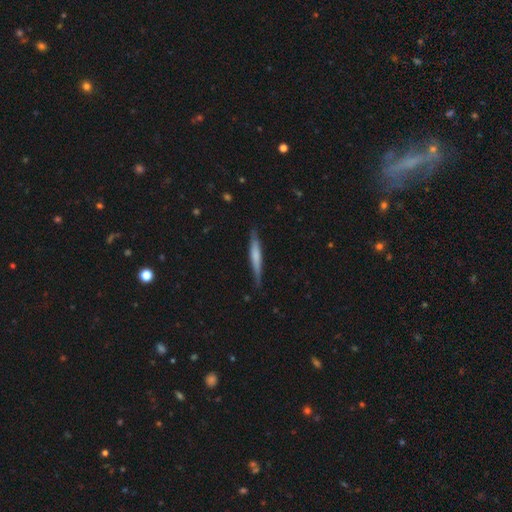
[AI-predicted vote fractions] Smooth or featured? smooth (54%)
How rounded? cigar-shaped (94%)
Merging? none (81%)